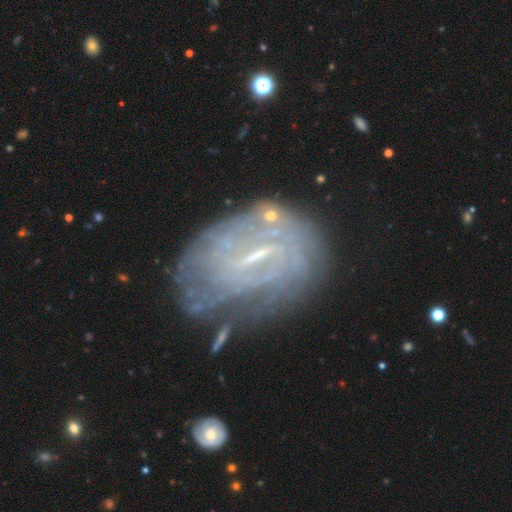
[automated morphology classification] The model was most divided on "bar": weak: 50%, strong: 33%, no: 17%. More confident: edge-on disk — no (96%); smooth or featured — featured or disk (75%); spiral arms — yes (70%); bulge size — small (58%); merging — none (54%).